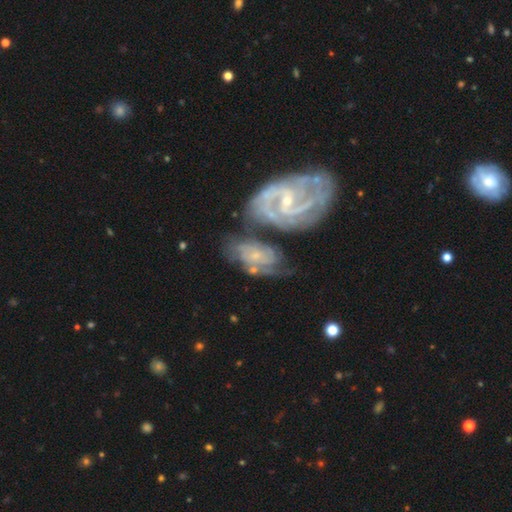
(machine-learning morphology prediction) Overall: featured or disk (81%). Edge-on disk: no (96%). Bar: no (52%; weak 37%). Spiral arms: yes (93%). Spiral arm count: 2 (45%; can't tell 23%). Spiral winding: medium (46%; tight 40%). Bulge size: small (76%). Merging: merger (40%; none 33%).